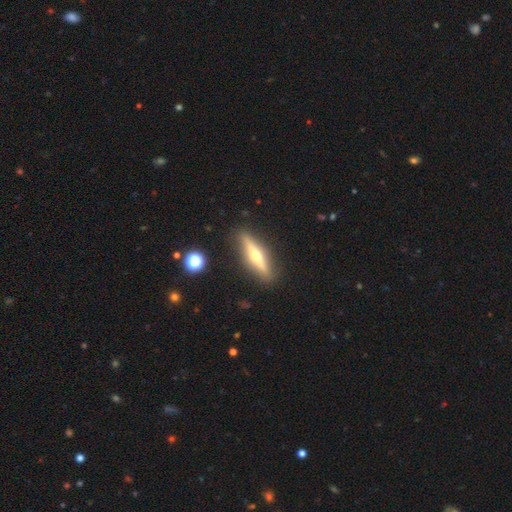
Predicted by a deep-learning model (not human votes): Smooth or featured?
  - featured or disk: 68% *
  - smooth: 26%
  - star or artifact: 6%
Edge-on disk?
  - yes: 95% *
  - no: 5%
Edge-on bulge?
  - rounded: 94% *
  - none: 4%
  - boxy: 2%
Merging?
  - none: 89% *
  - minor disturbance: 7%
  - major disturbance: 2%
  - merger: 1%